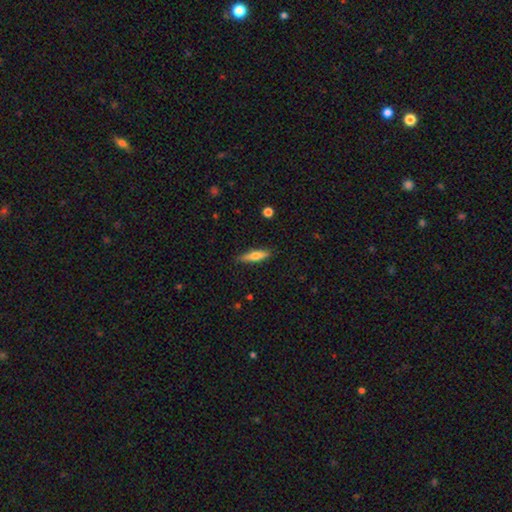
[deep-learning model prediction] Q: Smooth or featured?
A: smooth (62%); runner-up: featured or disk (32%)
Q: How rounded?
A: cigar-shaped (72%); runner-up: in between (25%)
Q: Merging?
A: none (87%); runner-up: minor disturbance (10%)